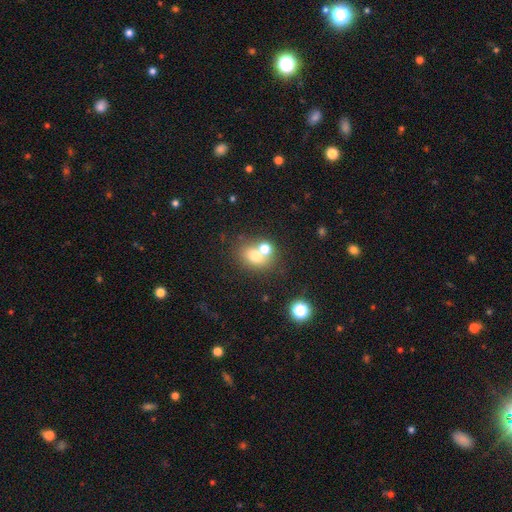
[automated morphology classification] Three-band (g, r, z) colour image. It shows a smooth galaxy with no disk features (70%) that is round (57%). Merging: none (47%).